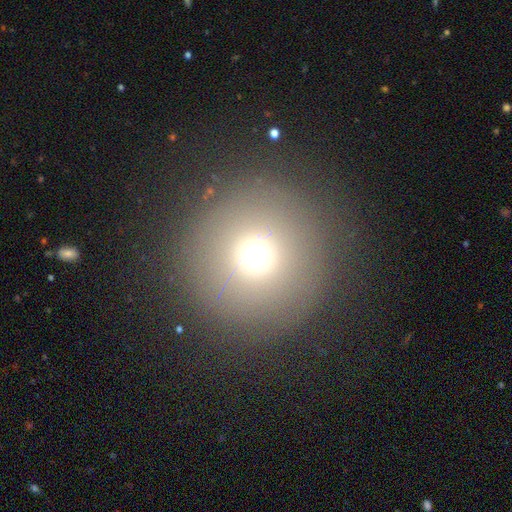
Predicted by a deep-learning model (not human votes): Smooth or featured: smooth — 70% (star or artifact — 18%)
How rounded: round — 96% (in between — 3%)
Merging: none — 88% (minor disturbance — 7%)